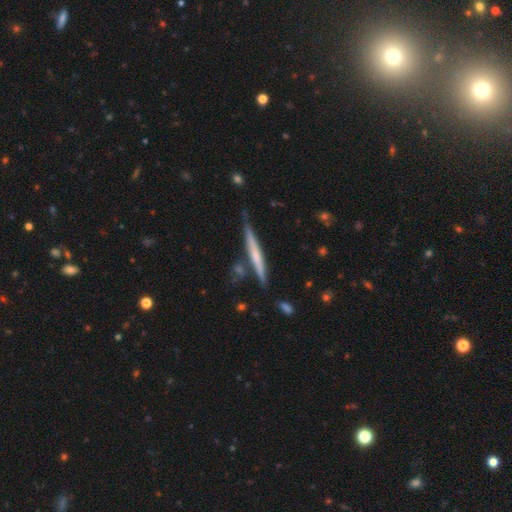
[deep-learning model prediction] smooth-or-featured: featured or disk: 52% | smooth: 42% | star or artifact: 5%
  disk-edge-on: yes: 97% | no: 3%
    edge-on-bulge: none: 65% | rounded: 25% | boxy: 10%
  merging: none: 78% | minor disturbance: 14% | merger: 5% | major disturbance: 2%